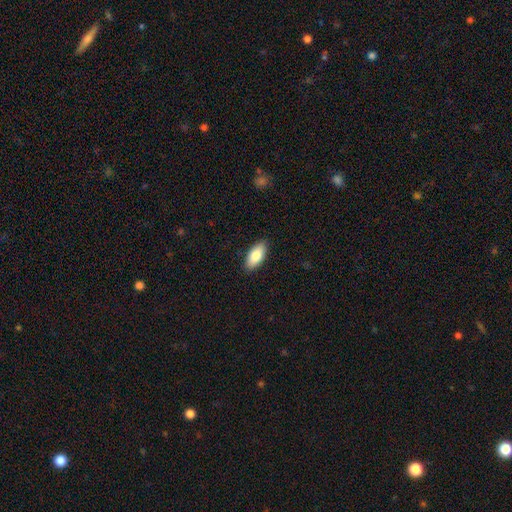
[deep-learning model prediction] A smooth galaxy with no disk features (84%) that is in between round and cigar-shaped (89%).

Vote fractions:
- Smooth or featured? smooth: 84% / featured or disk: 10% / star or artifact: 6%
- How rounded? in between: 89% / cigar-shaped: 9% / round: 2%
- Merging? none: 89% / minor disturbance: 9% / major disturbance: 2% / merger: 1%